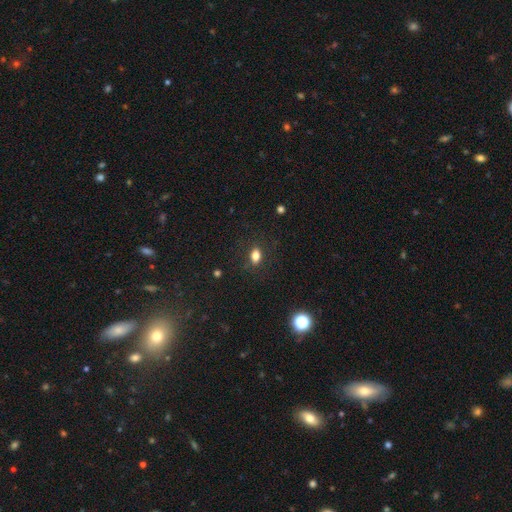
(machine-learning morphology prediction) Overall: smooth (80%). How rounded: in between (79%). Merging: none (85%).